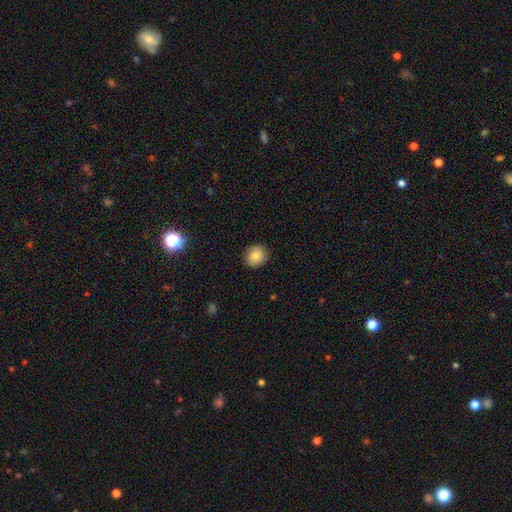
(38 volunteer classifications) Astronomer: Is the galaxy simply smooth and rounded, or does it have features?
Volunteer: smooth — 76%.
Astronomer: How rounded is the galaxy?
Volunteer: round — 90%.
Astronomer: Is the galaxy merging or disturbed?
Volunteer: none — 83%.